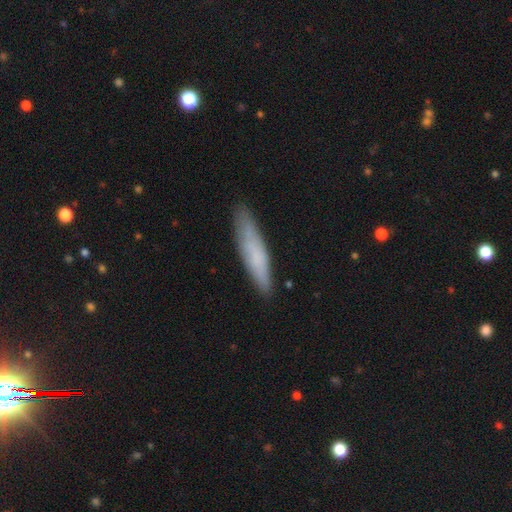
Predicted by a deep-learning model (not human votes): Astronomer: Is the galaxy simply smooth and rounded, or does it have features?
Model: smooth — 67%.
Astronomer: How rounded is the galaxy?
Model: cigar-shaped — 84%.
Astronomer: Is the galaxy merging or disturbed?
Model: none — 82%.